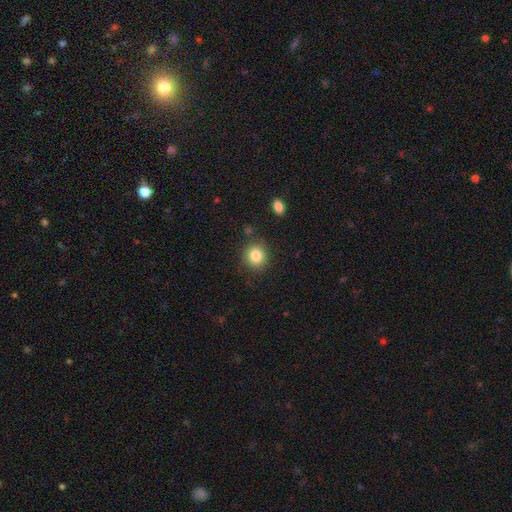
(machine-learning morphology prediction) Overall: smooth (84%). How rounded: round (85%). Merging: none (86%).